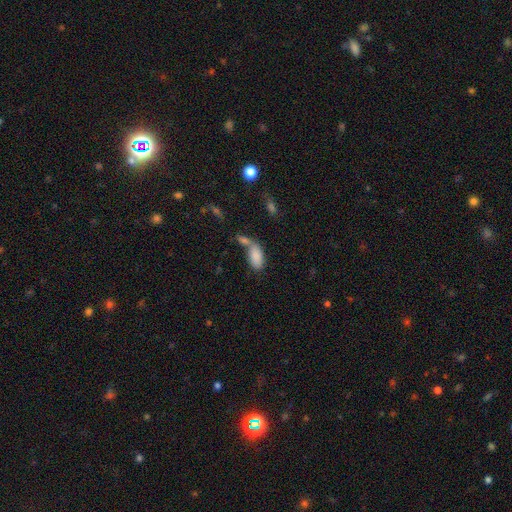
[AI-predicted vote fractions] Morphology: type=smooth (84%); roundness=in between (93%); merging=merger (48%).